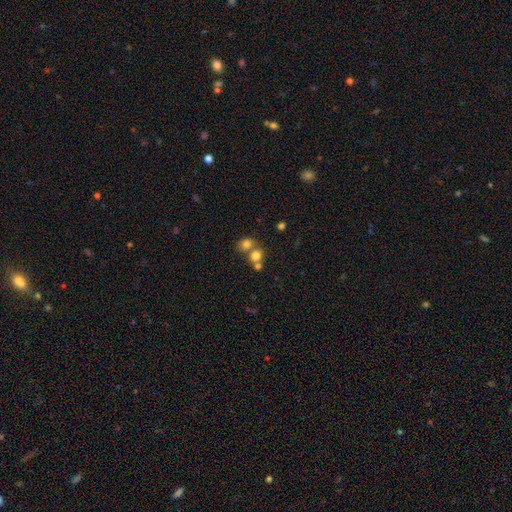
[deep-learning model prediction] Smooth or featured?
  - smooth: 75% *
  - star or artifact: 14%
  - featured or disk: 11%
How rounded?
  - round: 70% *
  - in between: 29%
  - cigar-shaped: 1%
Merging?
  - merger: 49% *
  - none: 39%
  - minor disturbance: 7%
  - major disturbance: 4%